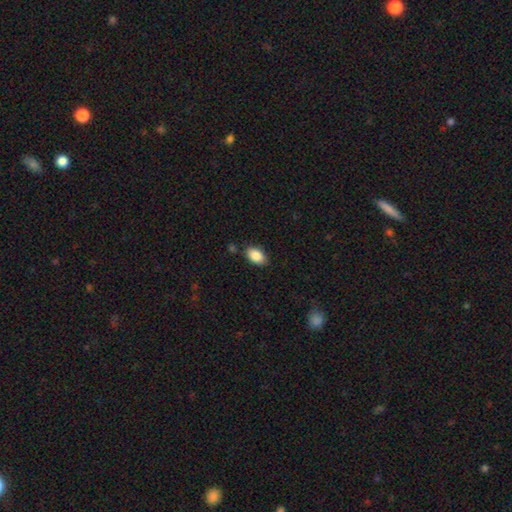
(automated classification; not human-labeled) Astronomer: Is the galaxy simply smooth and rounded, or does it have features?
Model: smooth — 88%.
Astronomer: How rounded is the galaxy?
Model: in between — 92%.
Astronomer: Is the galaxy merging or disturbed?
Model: none — 84%.